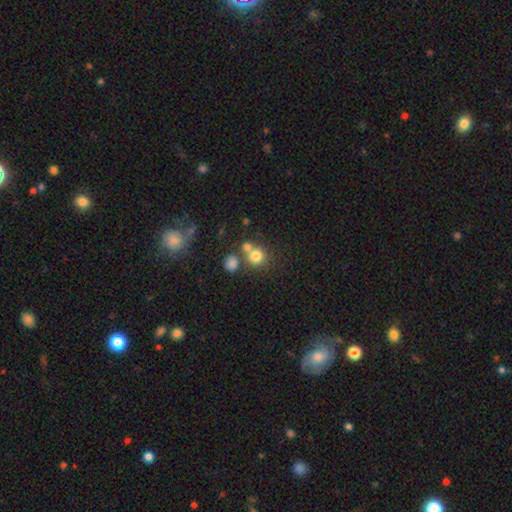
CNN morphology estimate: Overall: smooth (77%). How rounded: round (87%). Merging: none (56%; merger 31%).